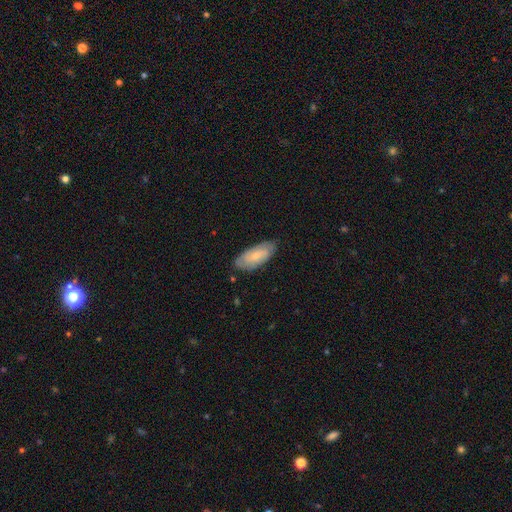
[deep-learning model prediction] Morphology: type=smooth (53%); roundness=in between (86%); merging=none (77%).